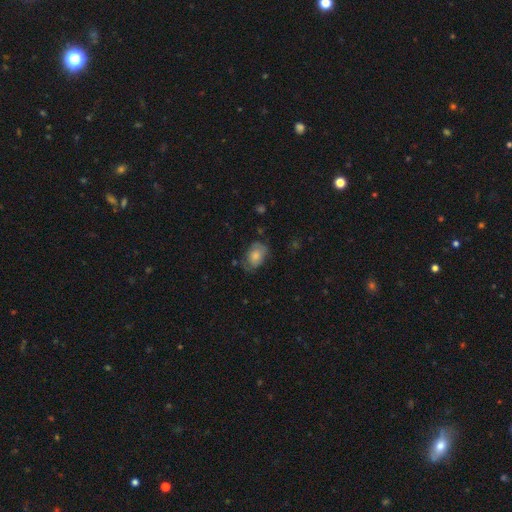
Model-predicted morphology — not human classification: Overall: smooth (71%). How rounded: in between (81%). Merging: none (61%; minor disturbance 27%).